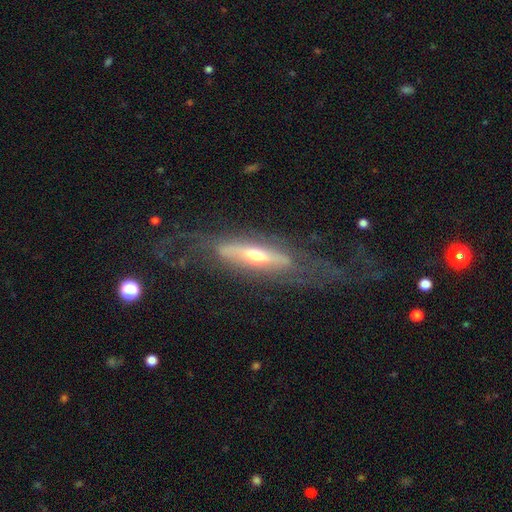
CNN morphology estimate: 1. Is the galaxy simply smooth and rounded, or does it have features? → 76% featured or disk, 18% smooth, 6% star or artifact.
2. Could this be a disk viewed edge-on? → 52% no, 48% yes.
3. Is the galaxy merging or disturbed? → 53% none, 25% major disturbance, 20% minor disturbance, 2% merger.